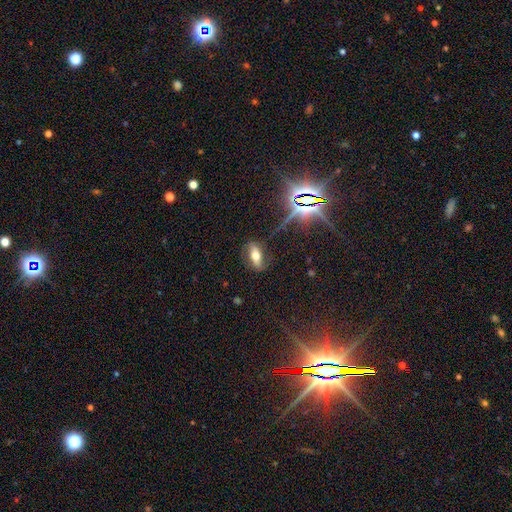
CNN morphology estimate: Smooth or featured?
  - smooth: 46% *
  - featured or disk: 36%
  - star or artifact: 18%
Merging?
  - none: 78% *
  - minor disturbance: 14%
  - major disturbance: 6%
  - merger: 2%